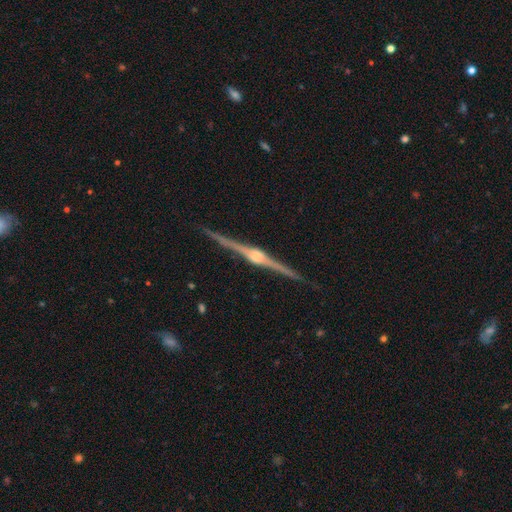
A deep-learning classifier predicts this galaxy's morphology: Smooth or featured?
  - featured or disk: 91% *
  - star or artifact: 5%
  - smooth: 4%
Edge-on disk?
  - yes: 99% *
  - no: 1%
Edge-on bulge?
  - rounded: 88% *
  - boxy: 9%
  - none: 3%
Merging?
  - none: 92% *
  - minor disturbance: 6%
  - major disturbance: 1%
  - merger: 1%